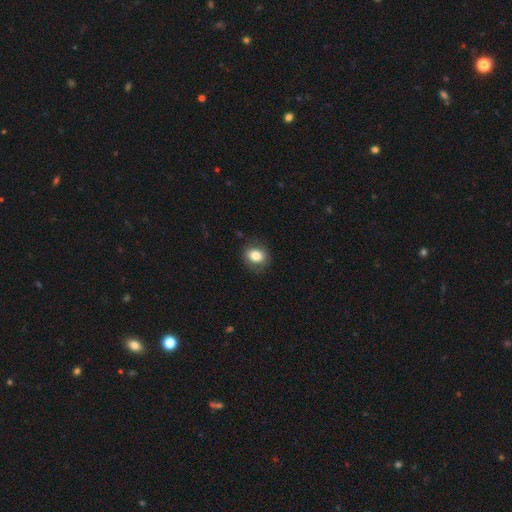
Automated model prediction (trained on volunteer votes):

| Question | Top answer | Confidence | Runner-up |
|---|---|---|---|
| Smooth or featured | smooth | 80% | featured or disk (11%) |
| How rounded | in between | 50% | round (49%) |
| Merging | none | 82% | minor disturbance (13%) |